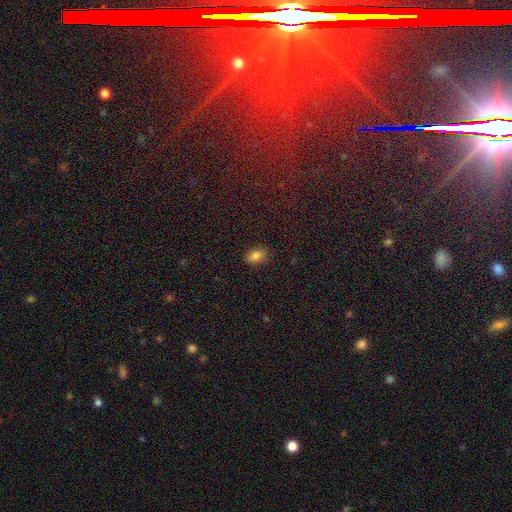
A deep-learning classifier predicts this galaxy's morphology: A smooth galaxy with no disk features (82%) that is in between round and cigar-shaped (88%). Merging: none (86%).